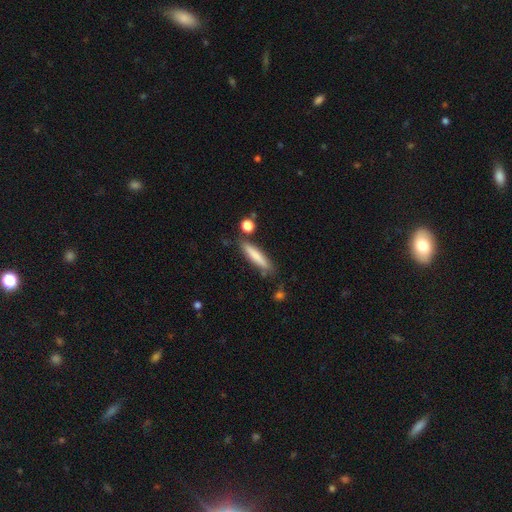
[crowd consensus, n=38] Q: Smooth or featured?
A: smooth (76%); runner-up: featured or disk (18%)
Q: How rounded?
A: cigar-shaped (93%); runner-up: in between (7%)
Q: Merging?
A: none (75%); runner-up: minor disturbance (19%)